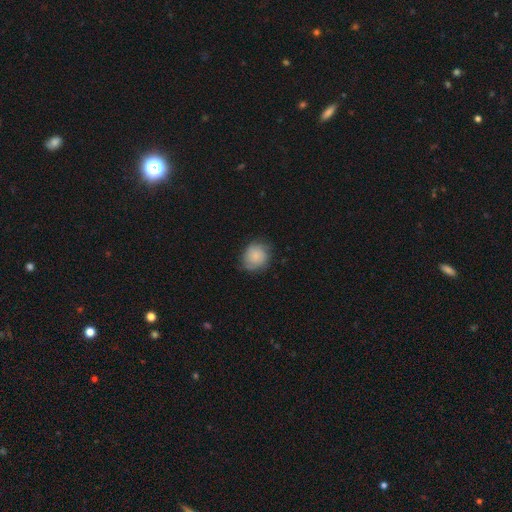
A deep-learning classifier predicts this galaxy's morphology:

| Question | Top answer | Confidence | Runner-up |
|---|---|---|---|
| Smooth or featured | smooth | 70% | featured or disk (22%) |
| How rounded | round | 78% | in between (21%) |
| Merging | none | 70% | minor disturbance (23%) |